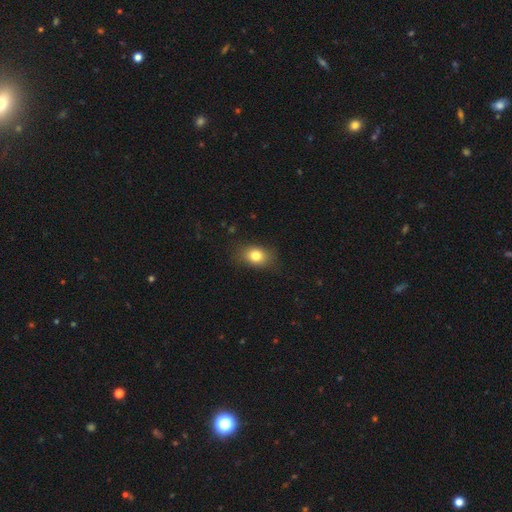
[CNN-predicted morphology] Smooth or featured? smooth (80%)
How rounded? in between (59%)
Merging? none (80%)